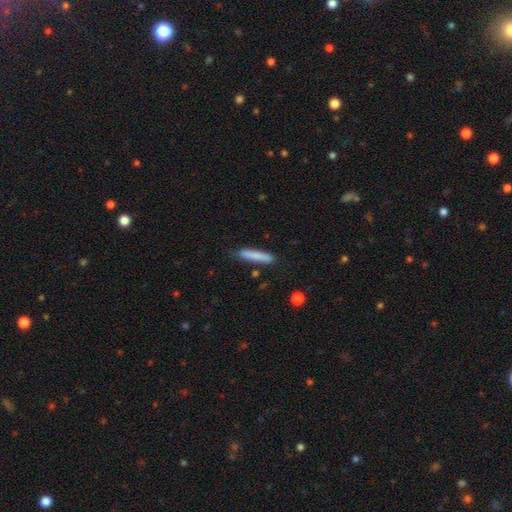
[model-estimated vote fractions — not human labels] smooth 81%, featured or disk 13%, star or artifact 6%. Down the decision tree: how rounded — cigar-shaped (91%); merging — none (80%).